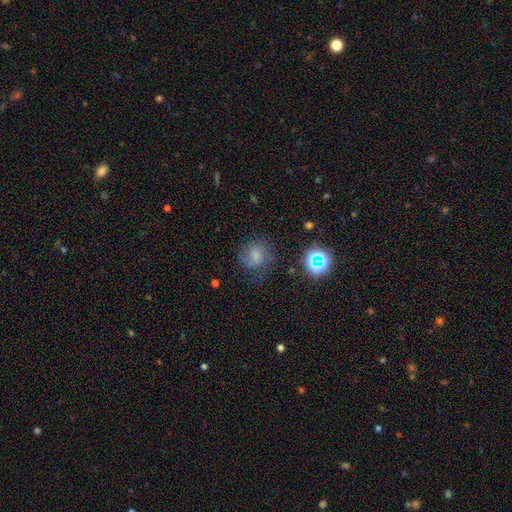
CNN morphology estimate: Smooth or featured: smooth — 67% (star or artifact — 17%)
How rounded: round — 76% (in between — 23%)
Merging: none — 59% (minor disturbance — 24%)